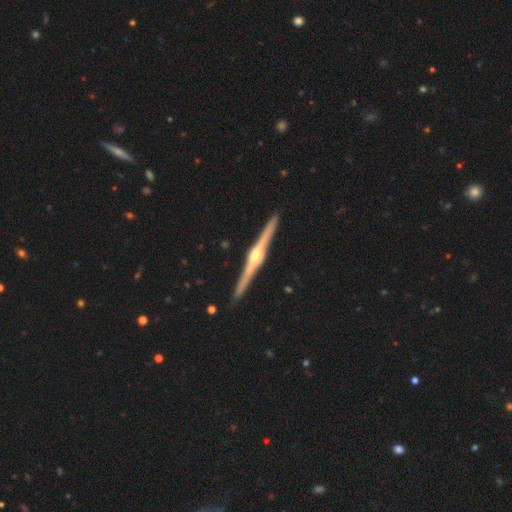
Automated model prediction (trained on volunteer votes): Smooth or featured?
  - featured or disk: 85% *
  - smooth: 11%
  - star or artifact: 5%
Edge-on disk?
  - yes: 99% *
  - no: 1%
Edge-on bulge?
  - rounded: 86% *
  - boxy: 10%
  - none: 4%
Merging?
  - none: 91% *
  - minor disturbance: 6%
  - major disturbance: 1%
  - merger: 1%